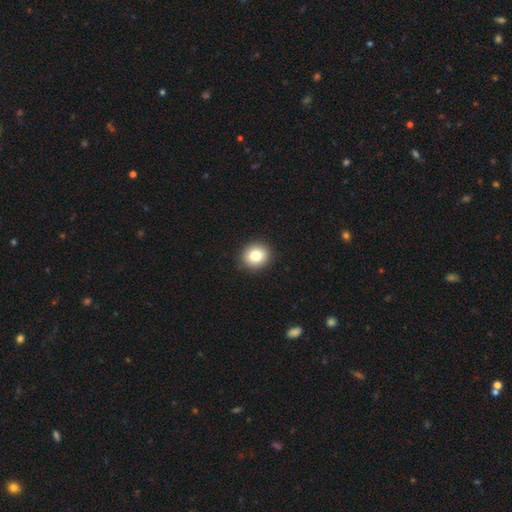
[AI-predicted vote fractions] A smooth galaxy with no disk features (82%) that is round (84%).

Vote fractions:
- Smooth or featured? smooth: 82% / star or artifact: 10% / featured or disk: 9%
- How rounded? round: 84% / in between: 15% / cigar-shaped: 1%
- Merging? none: 92% / minor disturbance: 5% / major disturbance: 2% / merger: 1%